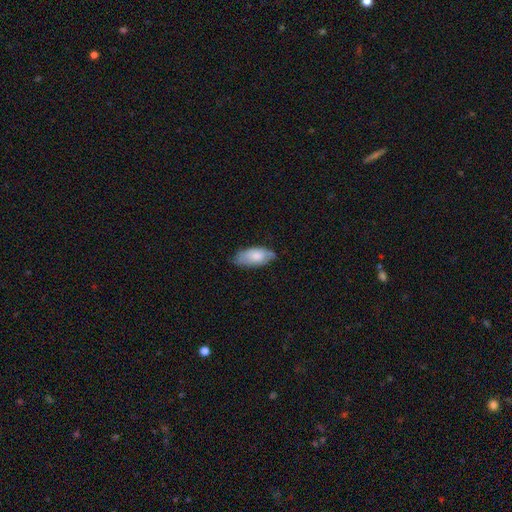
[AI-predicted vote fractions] smooth_or_featured: smooth (p=0.73) [alt: featured or disk p=0.21]
how_rounded: in between (p=0.88) [alt: cigar-shaped p=0.10]
merging: none (p=0.58) [alt: minor disturbance p=0.34]